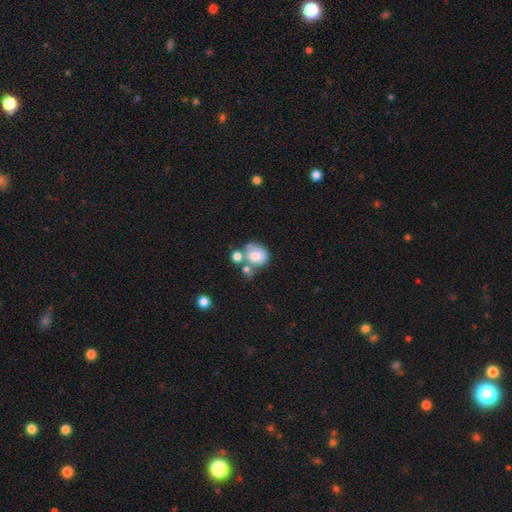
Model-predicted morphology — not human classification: smooth 66%, featured or disk 25%, star or artifact 9%. Down the decision tree: how rounded — round (56%); merging — merger (38%).